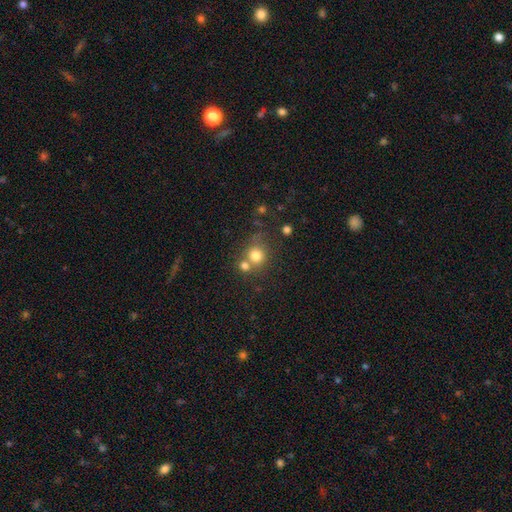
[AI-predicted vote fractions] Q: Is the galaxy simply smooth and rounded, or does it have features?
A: smooth — 77%.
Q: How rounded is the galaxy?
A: round — 86%.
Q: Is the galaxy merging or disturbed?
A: none — 54%.